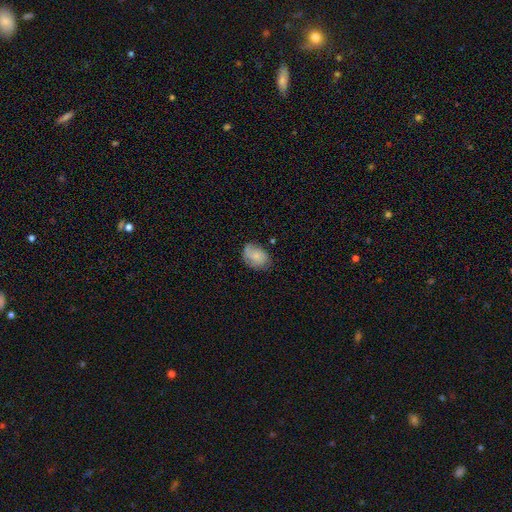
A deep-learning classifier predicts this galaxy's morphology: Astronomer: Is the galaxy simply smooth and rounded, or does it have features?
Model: smooth — 69%.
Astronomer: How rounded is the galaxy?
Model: in between — 72%.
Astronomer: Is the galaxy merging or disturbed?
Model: none — 64%.